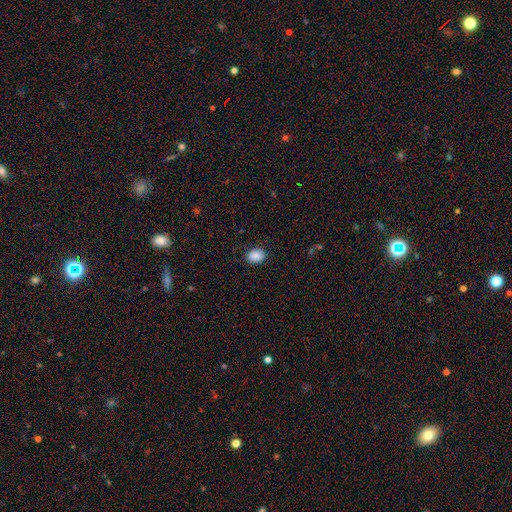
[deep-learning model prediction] This is clearly a smooth galaxy (89%). How rounded: likely in between (69%). Merging: clearly none (87%).